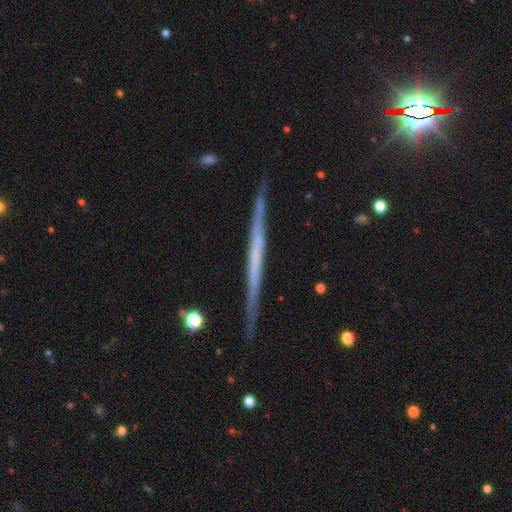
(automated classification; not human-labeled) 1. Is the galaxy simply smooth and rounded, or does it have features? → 66% featured or disk, 26% smooth, 8% star or artifact.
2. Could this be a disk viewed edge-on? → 97% yes, 3% no.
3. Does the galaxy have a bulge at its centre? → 90% none, 6% rounded, 4% boxy.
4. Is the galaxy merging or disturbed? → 89% none, 8% minor disturbance, 1% major disturbance, 1% merger.